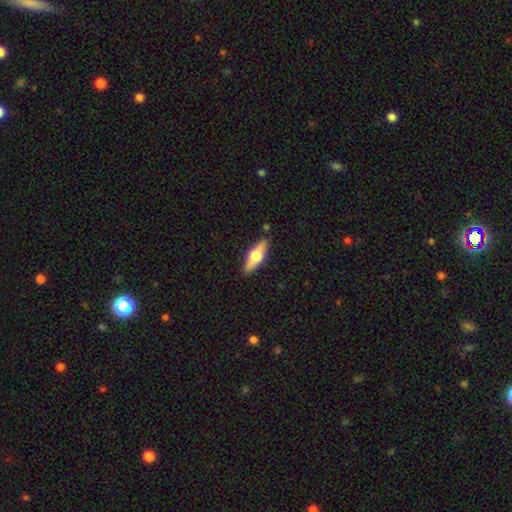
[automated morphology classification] Q: Smooth or featured?
A: featured or disk (50%); runner-up: smooth (44%)
Q: Merging?
A: none (87%); runner-up: minor disturbance (9%)